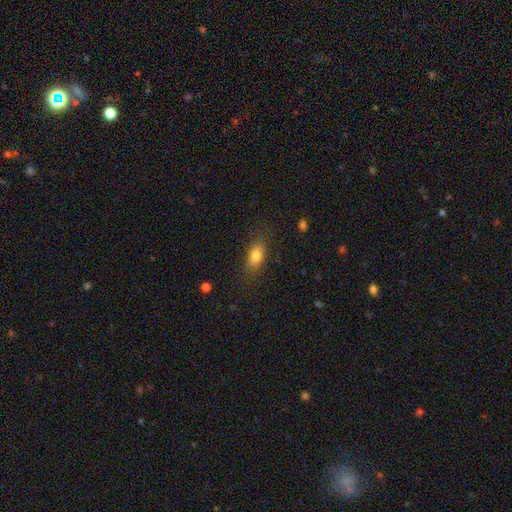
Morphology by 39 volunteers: Smooth or featured? 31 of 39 (79%) said smooth. How rounded? 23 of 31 (74%) said in between. Merging? 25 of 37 (68%) said none.